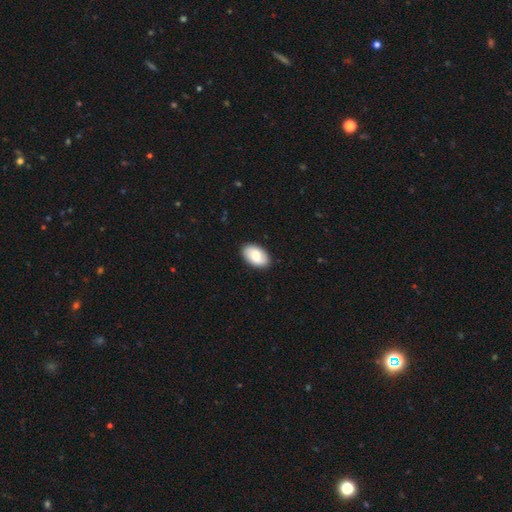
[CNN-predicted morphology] Smooth or featured?
  - smooth: 74% *
  - featured or disk: 20%
  - star or artifact: 6%
How rounded?
  - in between: 93% *
  - round: 6%
  - cigar-shaped: 1%
Merging?
  - none: 89% *
  - minor disturbance: 8%
  - major disturbance: 2%
  - merger: 1%